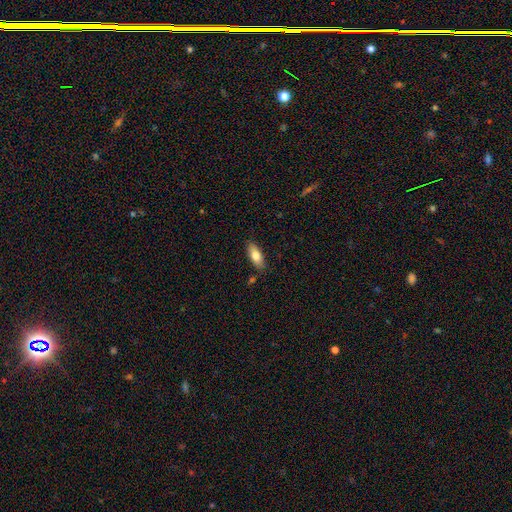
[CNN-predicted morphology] smooth_or_featured: smooth (p=0.77) [alt: featured or disk p=0.16]
how_rounded: in between (p=0.79) [alt: cigar-shaped p=0.19]
merging: none (p=0.84) [alt: minor disturbance p=0.12]